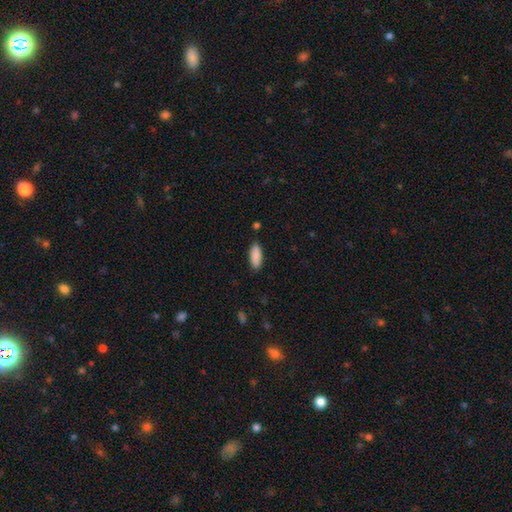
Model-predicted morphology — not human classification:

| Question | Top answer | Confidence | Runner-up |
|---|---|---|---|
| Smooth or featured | smooth | 90% | star or artifact (6%) |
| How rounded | in between | 77% | cigar-shaped (21%) |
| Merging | none | 86% | minor disturbance (11%) |